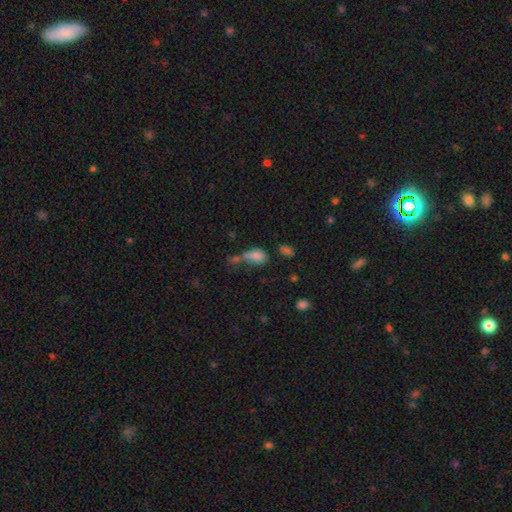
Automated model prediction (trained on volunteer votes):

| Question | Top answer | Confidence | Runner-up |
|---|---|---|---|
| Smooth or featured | smooth | 75% | star or artifact (13%) |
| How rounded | in between | 84% | round (11%) |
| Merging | merger | 35% | none (33%) |